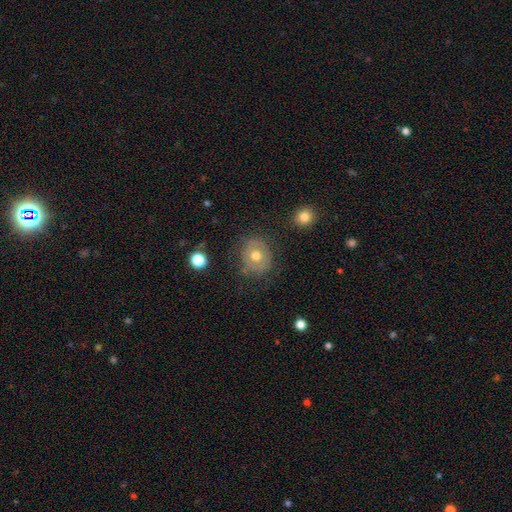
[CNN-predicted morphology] smooth 56%, featured or disk 35%, star or artifact 9%. Down the decision tree: how rounded — round (76%); merging — none (79%).